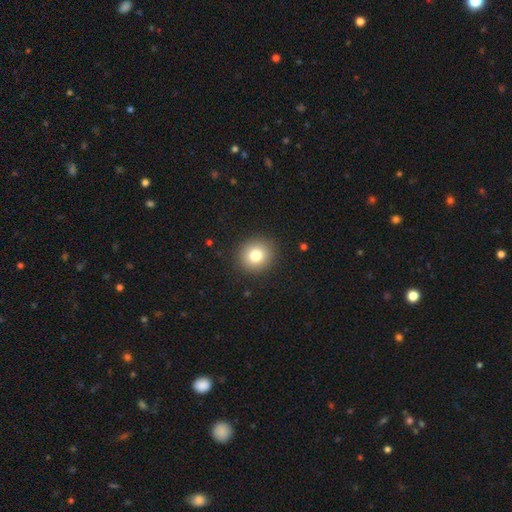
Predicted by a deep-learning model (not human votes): smooth_or_featured: smooth (p=0.80) [alt: star or artifact p=0.11]
how_rounded: round (p=0.85) [alt: in between p=0.14]
merging: none (p=0.91) [alt: minor disturbance p=0.06]